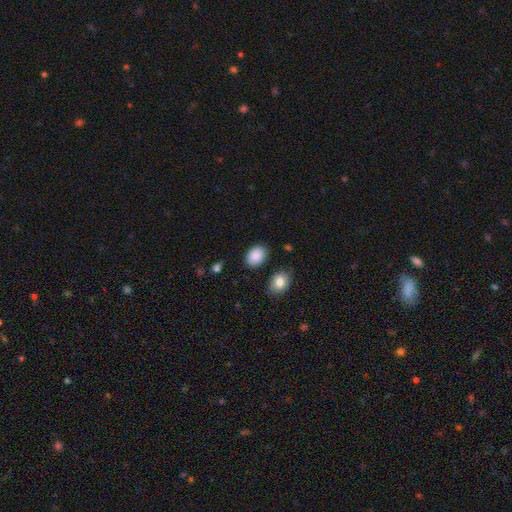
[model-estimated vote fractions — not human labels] A smooth galaxy with no disk features (88%) that is in between round and cigar-shaped (79%). Merging: none (83%).